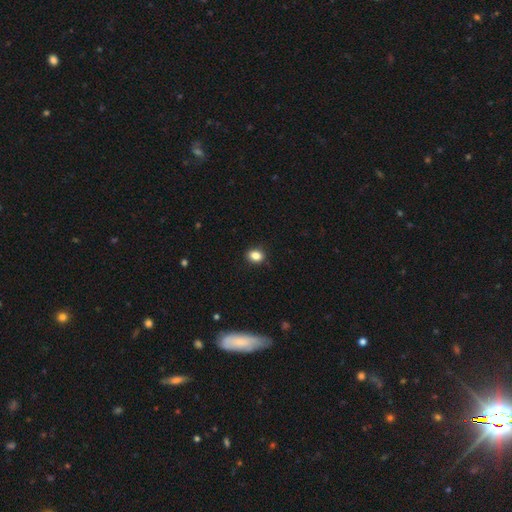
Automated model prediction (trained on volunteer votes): A smooth galaxy with no disk features (85%) that is in between round and cigar-shaped (57%).

Vote fractions:
- Smooth or featured? smooth: 85% / star or artifact: 10% / featured or disk: 5%
- How rounded? in between: 57% / round: 41% / cigar-shaped: 1%
- Merging? none: 86% / minor disturbance: 11% / major disturbance: 2% / merger: 1%